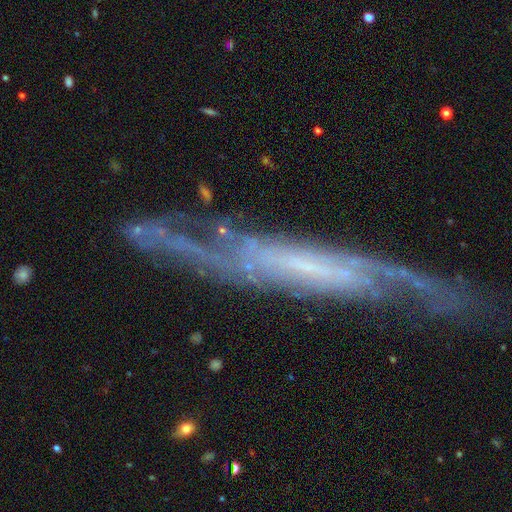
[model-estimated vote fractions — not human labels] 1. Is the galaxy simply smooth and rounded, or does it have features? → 78% featured or disk, 14% smooth, 8% star or artifact.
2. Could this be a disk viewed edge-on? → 57% no, 43% yes.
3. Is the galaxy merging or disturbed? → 63% none, 20% minor disturbance, 13% major disturbance, 4% merger.